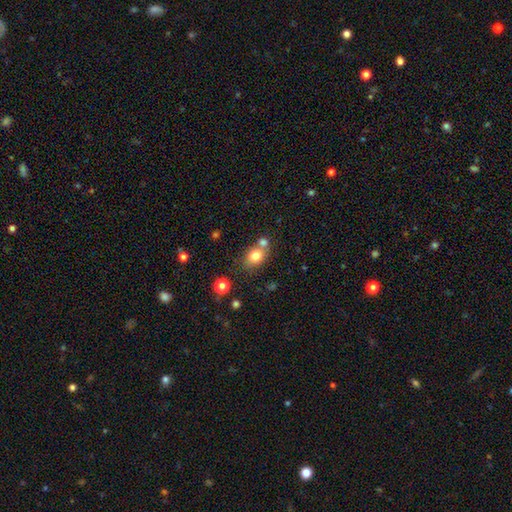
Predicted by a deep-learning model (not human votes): Q: Smooth or featured?
A: smooth (79%); runner-up: star or artifact (11%)
Q: How rounded?
A: round (51%); runner-up: in between (48%)
Q: Merging?
A: none (56%); runner-up: merger (29%)